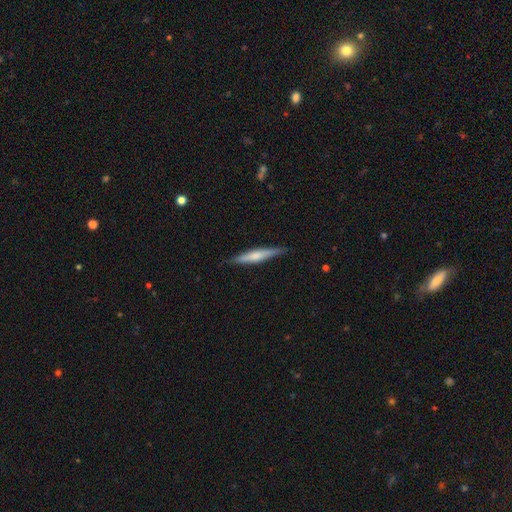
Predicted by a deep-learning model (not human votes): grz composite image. It shows a featured or disk galaxy (49%). Merging: none (87%).